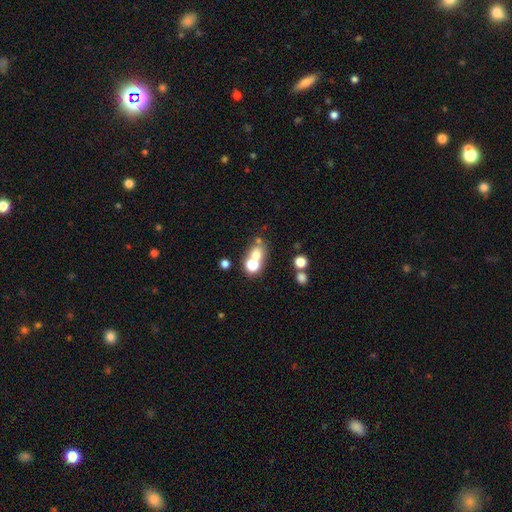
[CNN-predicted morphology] Smooth or featured?
  - smooth: 65% *
  - star or artifact: 18%
  - featured or disk: 17%
How rounded?
  - round: 67% *
  - in between: 32%
  - cigar-shaped: 1%
Merging?
  - merger: 46% *
  - none: 41%
  - minor disturbance: 8%
  - major disturbance: 5%